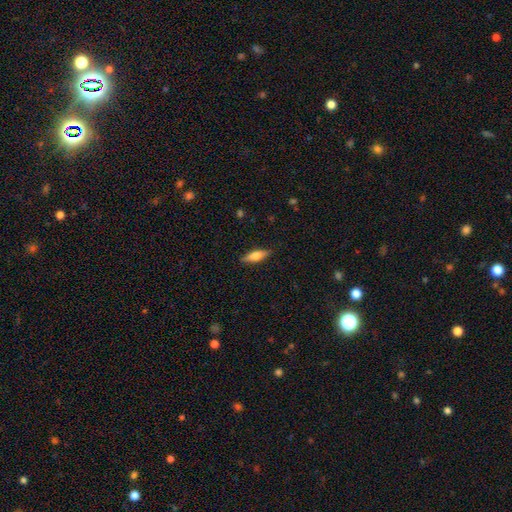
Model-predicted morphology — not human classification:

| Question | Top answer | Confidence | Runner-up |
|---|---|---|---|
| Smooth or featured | smooth | 56% | featured or disk (38%) |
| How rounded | cigar-shaped | 53% | in between (44%) |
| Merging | none | 88% | minor disturbance (9%) |